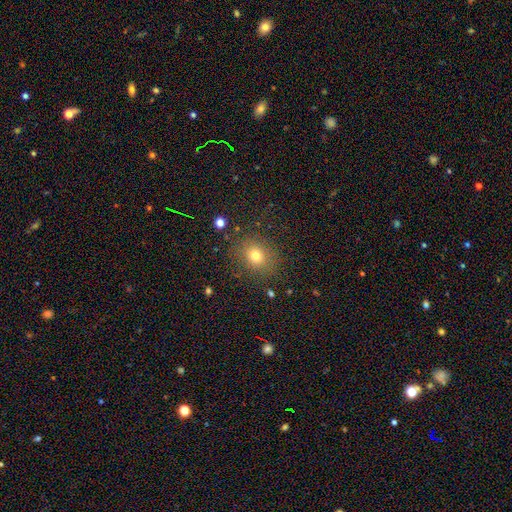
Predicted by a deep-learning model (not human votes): This is likely a smooth galaxy (74%). How rounded: likely round (67%). Merging: clearly none (83%).